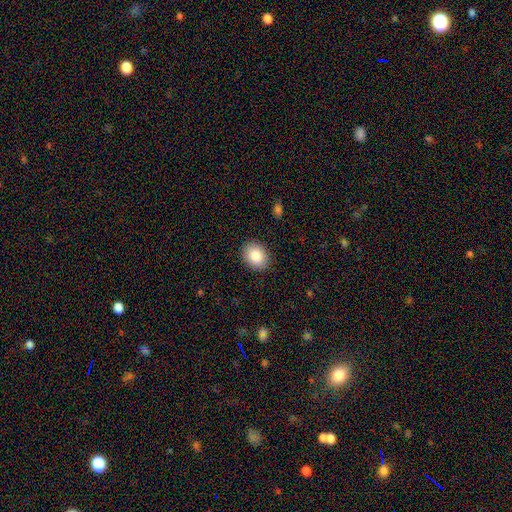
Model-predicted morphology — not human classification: This appears to be a smooth galaxy with no disk features (85%) that is in between round and cigar-shaped (57%). Merging: none (89%).